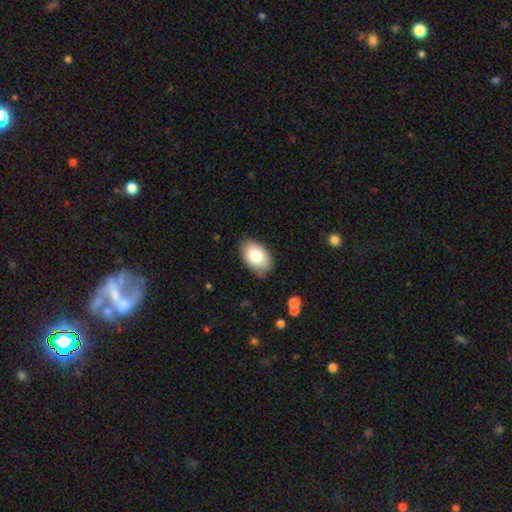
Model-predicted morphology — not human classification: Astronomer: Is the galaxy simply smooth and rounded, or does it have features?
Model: smooth — 80%.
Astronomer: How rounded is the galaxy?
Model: in between — 89%.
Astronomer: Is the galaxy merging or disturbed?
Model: none — 83%.